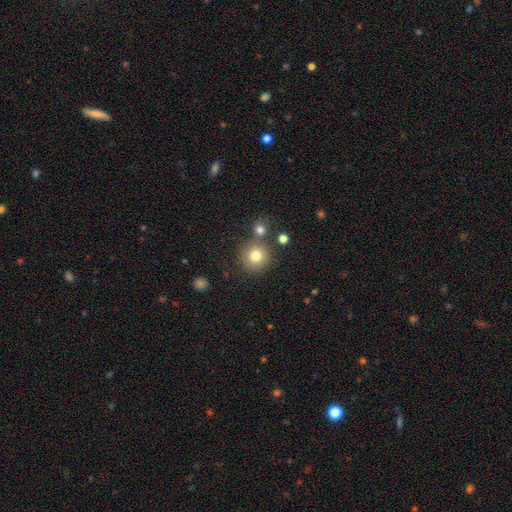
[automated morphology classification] smooth_or_featured: smooth (p=0.80) [alt: star or artifact p=0.12]
how_rounded: round (p=0.93) [alt: in between p=0.06]
merging: none (p=0.75) [alt: merger p=0.13]